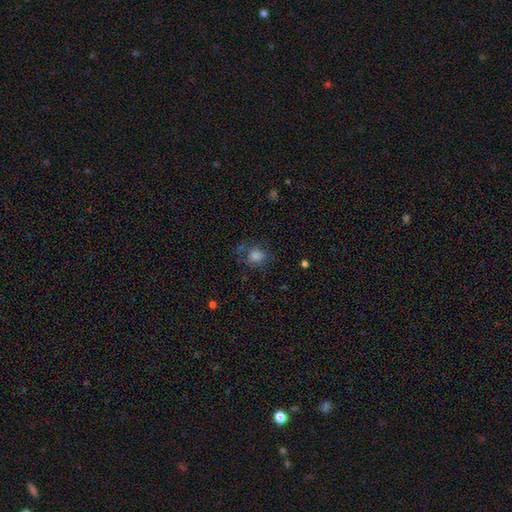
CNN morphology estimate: smooth-or-featured: smooth: 72% | star or artifact: 16% | featured or disk: 11%
  how-rounded: round: 77% | in between: 22% | cigar-shaped: 1%
  merging: none: 65% | minor disturbance: 20% | major disturbance: 11% | merger: 5%